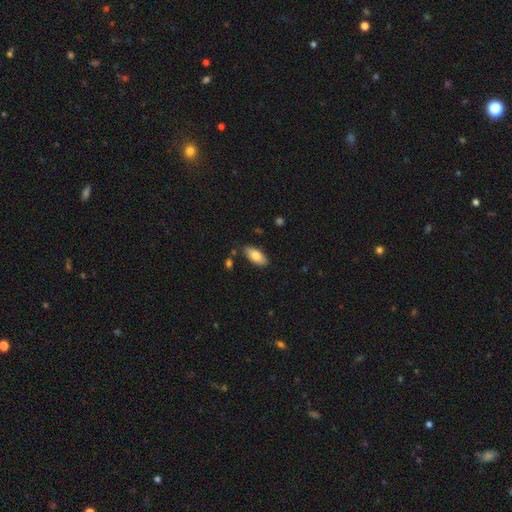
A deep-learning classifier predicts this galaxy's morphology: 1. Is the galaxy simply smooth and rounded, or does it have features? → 81% smooth, 12% featured or disk, 6% star or artifact.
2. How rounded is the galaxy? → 87% in between, 11% cigar-shaped, 2% round.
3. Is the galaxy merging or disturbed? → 83% none, 12% minor disturbance, 3% merger, 2% major disturbance.